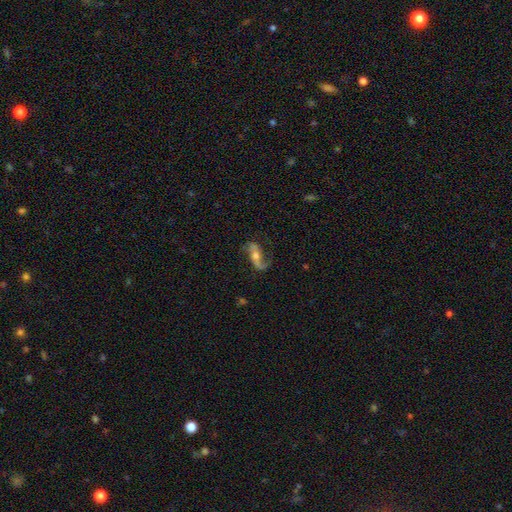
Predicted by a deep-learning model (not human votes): smooth_or_featured: featured or disk (p=0.82) [alt: smooth p=0.12]
disk_edge_on: no (p=0.93) [alt: yes p=0.07]
bar: no (p=0.41) [alt: weak p=0.31]
has_spiral_arms: yes (p=0.94) [alt: no p=0.06]
spiral_winding: loose (p=0.67) [alt: medium p=0.25]
spiral_arm_count: 2 (p=0.86) [alt: 1 p=0.09]
bulge_size: moderate (p=0.66) [alt: small p=0.24]
merging: none (p=0.69) [alt: minor disturbance p=0.17]